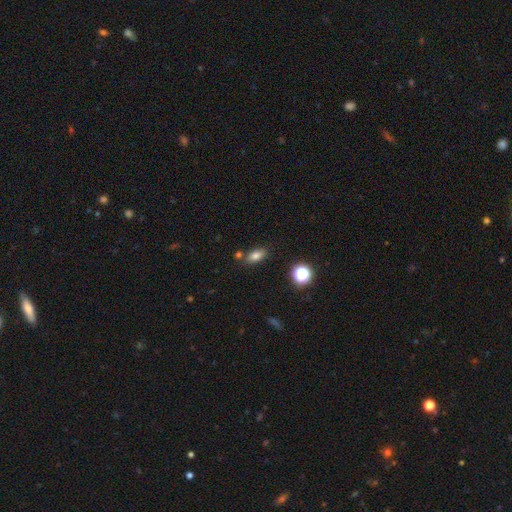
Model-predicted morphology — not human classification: smooth-or-featured: smooth: 77% | star or artifact: 13% | featured or disk: 10%
  how-rounded: in between: 82% | round: 10% | cigar-shaped: 8%
  merging: none: 76% | minor disturbance: 12% | merger: 9% | major disturbance: 3%